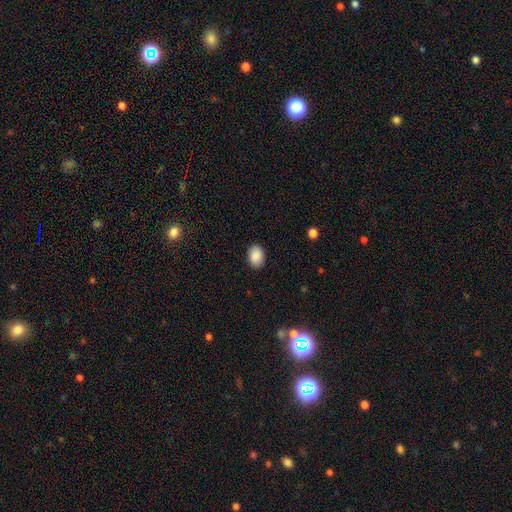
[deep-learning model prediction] smooth_or_featured: smooth (p=0.88) [alt: star or artifact p=0.07]
how_rounded: in between (p=0.80) [alt: round p=0.19]
merging: none (p=0.89) [alt: minor disturbance p=0.08]